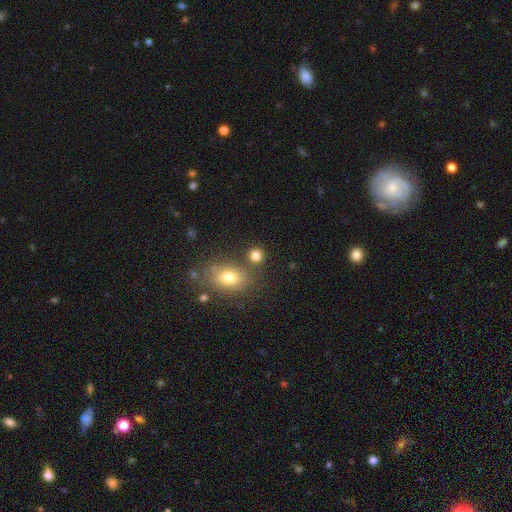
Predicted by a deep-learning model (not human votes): Smooth or featured? smooth (80%)
How rounded? round (83%)
Merging? none (75%)